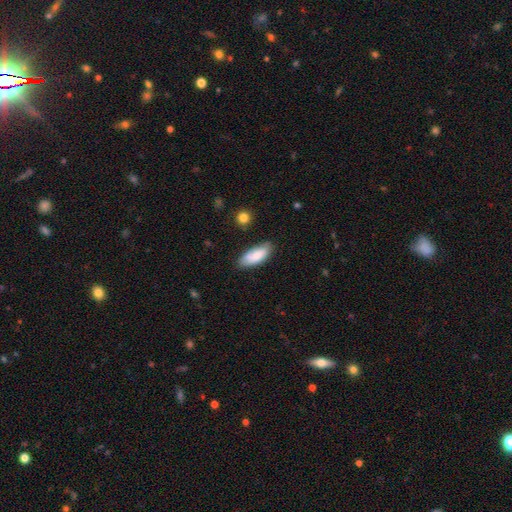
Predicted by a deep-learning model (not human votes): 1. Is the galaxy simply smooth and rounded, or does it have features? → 82% smooth, 12% featured or disk, 6% star or artifact.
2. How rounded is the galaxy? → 79% in between, 19% cigar-shaped, 2% round.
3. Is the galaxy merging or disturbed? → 76% none, 18% minor disturbance, 3% major disturbance, 2% merger.